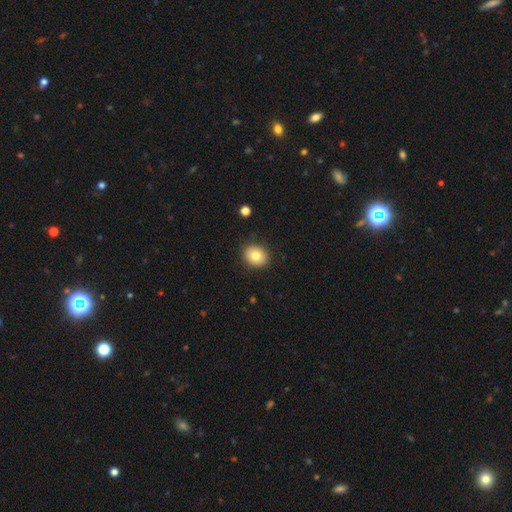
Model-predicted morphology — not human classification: Smooth or featured? Predicted: smooth (p=0.80). How rounded? Predicted: round (p=0.60). Merging? Predicted: none (p=0.89).